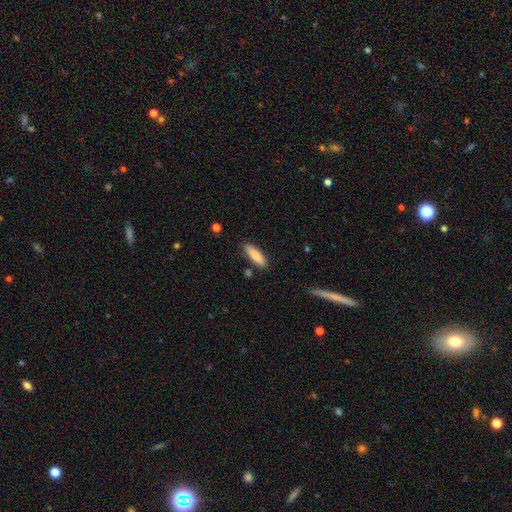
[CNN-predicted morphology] A smooth galaxy with no disk features (84%) that is cigar-shaped (55%). Merging: none (85%).